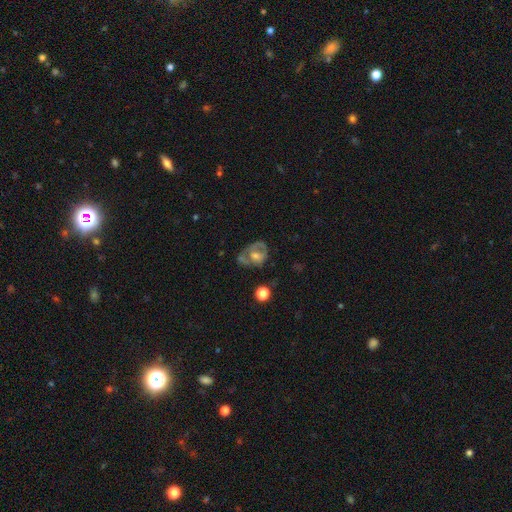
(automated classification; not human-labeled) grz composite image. It shows a featured or disk galaxy (53%) with no bar (79%), no spiral arms (66%) and a moderate central bulge (54%). Merging: none (38%).